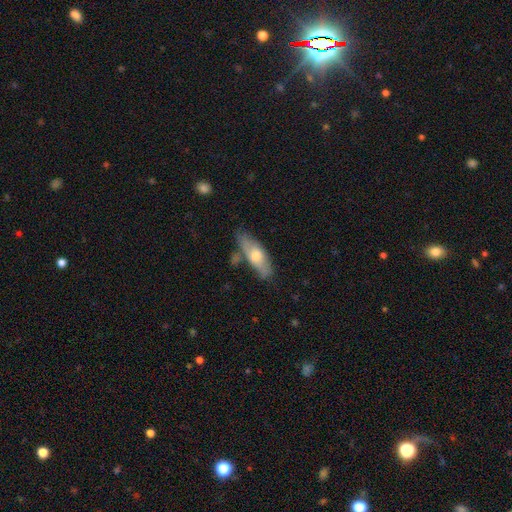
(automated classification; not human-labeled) Smooth or featured? Predicted: smooth (p=0.57). How rounded? Predicted: in between (p=0.64). Merging? Predicted: none (p=0.59).